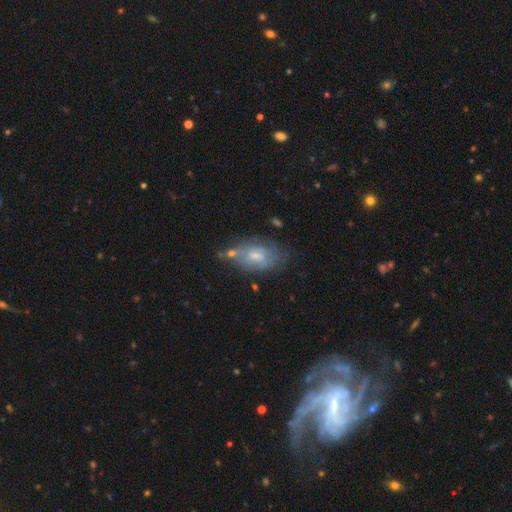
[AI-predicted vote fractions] This is possibly a featured or disk galaxy (48%). Merging: possibly none (46%).